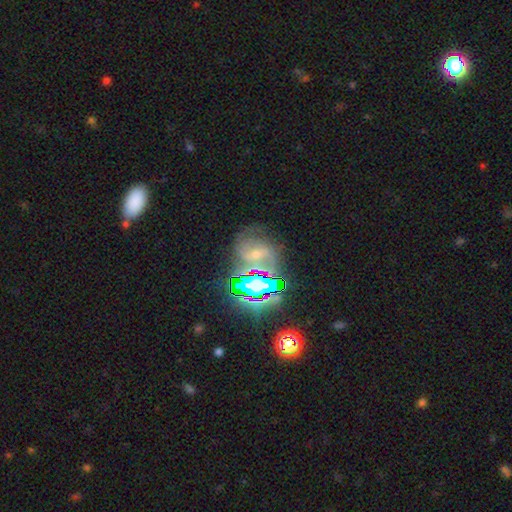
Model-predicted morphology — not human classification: A featured or disk galaxy (51%). Merging: none (57%).